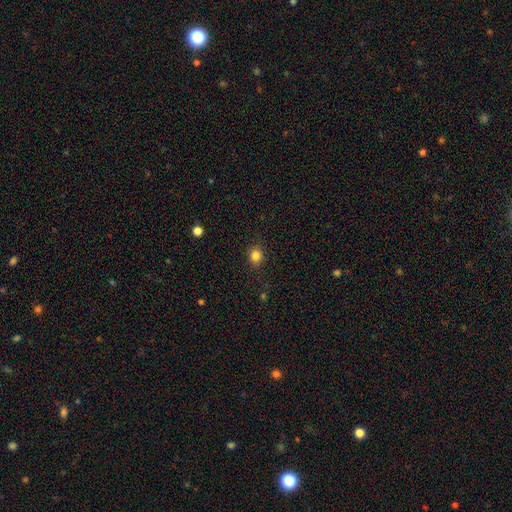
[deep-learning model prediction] Smooth or featured? smooth (83%)
How rounded? round (76%)
Merging? none (89%)